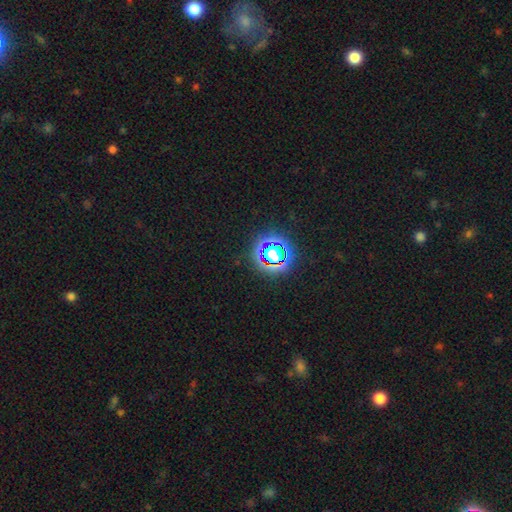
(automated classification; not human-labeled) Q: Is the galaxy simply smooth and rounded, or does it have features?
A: star or artifact — 78%.